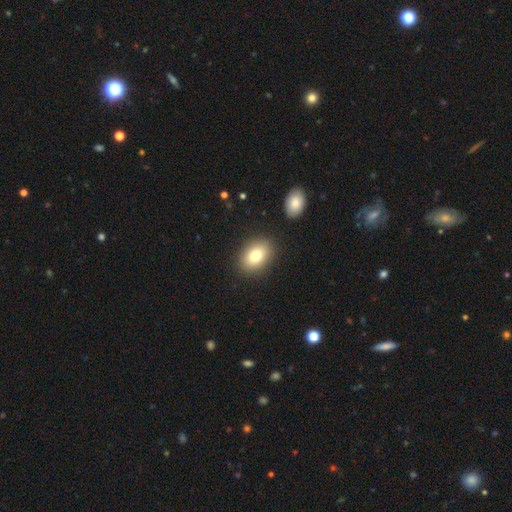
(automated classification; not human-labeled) smooth-or-featured: smooth: 79% | featured or disk: 12% | star or artifact: 9%
  how-rounded: in between: 75% | round: 24% | cigar-shaped: 1%
  merging: none: 86% | minor disturbance: 8% | major disturbance: 3% | merger: 3%